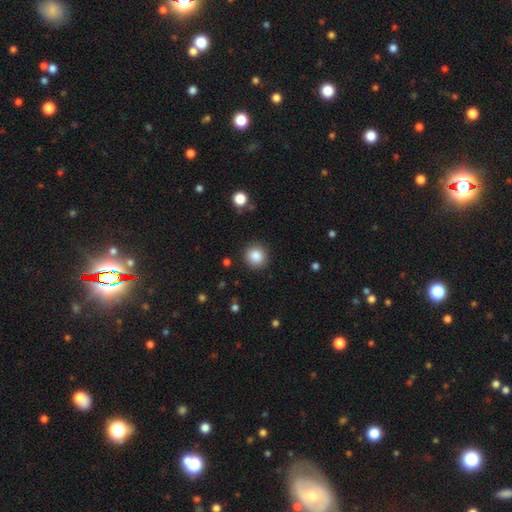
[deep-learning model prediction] smooth-or-featured: smooth: 86% | star or artifact: 9% | featured or disk: 5%
  how-rounded: round: 92% | in between: 7% | cigar-shaped: 1%
  merging: none: 89% | minor disturbance: 7% | major disturbance: 2% | merger: 1%